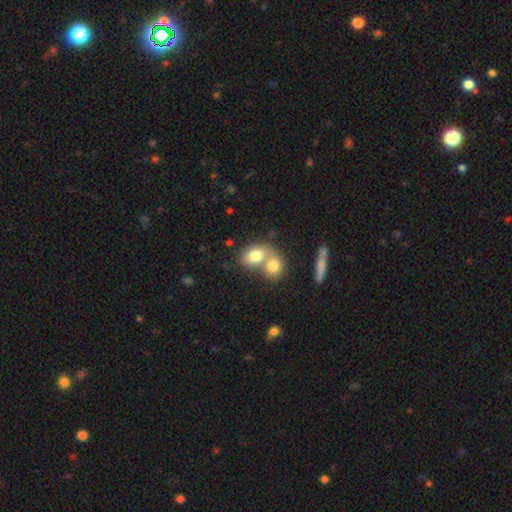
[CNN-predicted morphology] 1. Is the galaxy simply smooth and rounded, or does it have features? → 76% smooth, 15% featured or disk, 8% star or artifact.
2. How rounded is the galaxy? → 67% in between, 31% round, 2% cigar-shaped.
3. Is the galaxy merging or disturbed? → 62% merger, 28% none, 7% minor disturbance, 3% major disturbance.